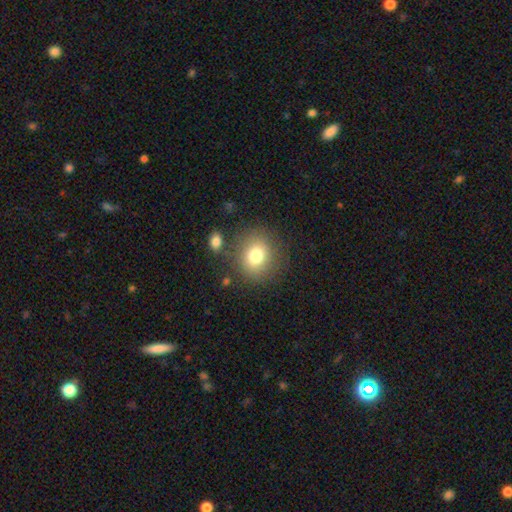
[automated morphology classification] Overall: smooth (78%). How rounded: round (76%). Merging: none (81%).